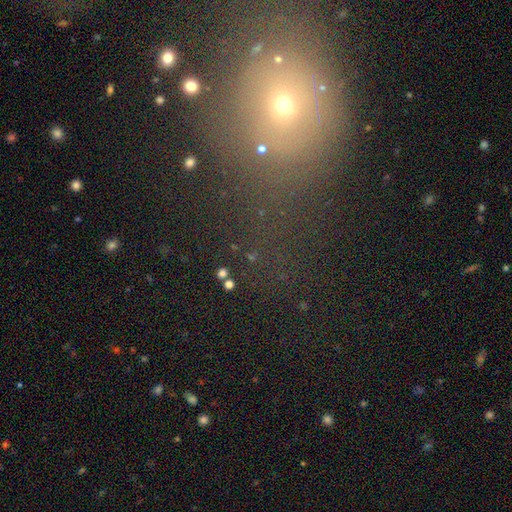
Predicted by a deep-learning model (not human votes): Q: Smooth or featured?
A: star or artifact (50%); runner-up: smooth (36%)